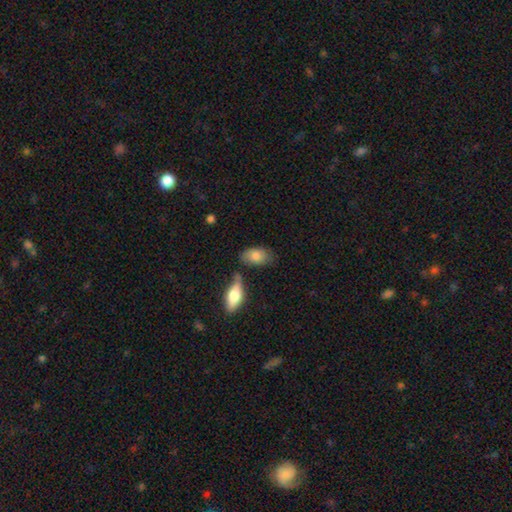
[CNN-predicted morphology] smooth_or_featured: smooth (p=0.80) [alt: featured or disk p=0.13]
how_rounded: in between (p=0.90) [alt: round p=0.06]
merging: none (p=0.59) [alt: minor disturbance p=0.22]